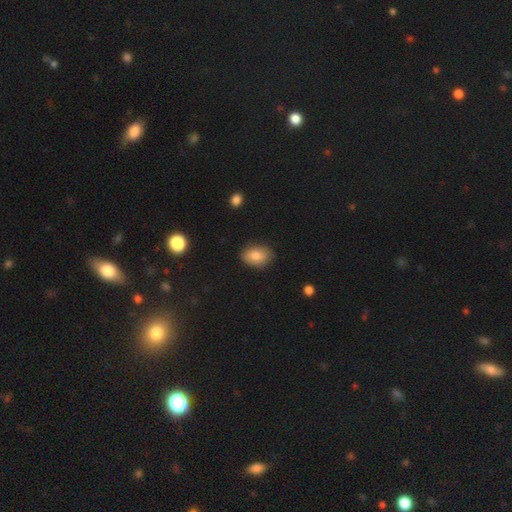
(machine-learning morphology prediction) The model was most divided on "merging": none: 80%, minor disturbance: 16%, major disturbance: 3%, merger: 1%. More confident: how rounded — in between (83%); smooth or featured — smooth (79%).